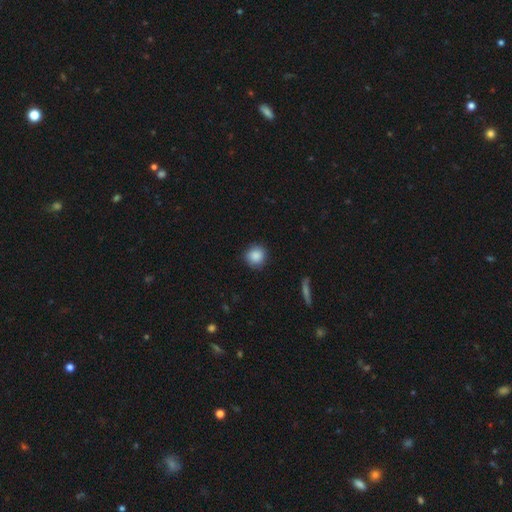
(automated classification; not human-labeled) The model was most divided on "merging": none: 87%, minor disturbance: 10%, major disturbance: 2%, merger: 1%. More confident: how rounded — round (90%); smooth or featured — smooth (88%).